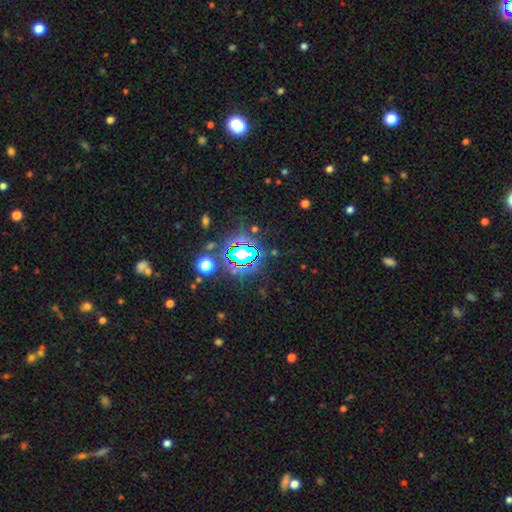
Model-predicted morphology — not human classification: Smooth or featured? star or artifact (79%)